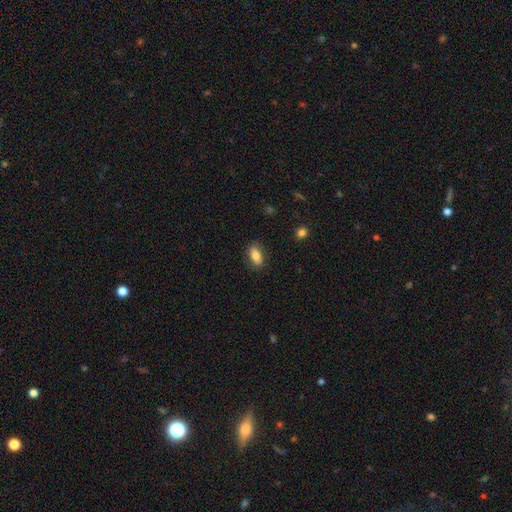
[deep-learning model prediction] Overall: smooth (82%). How rounded: in between (89%). Merging: none (83%).